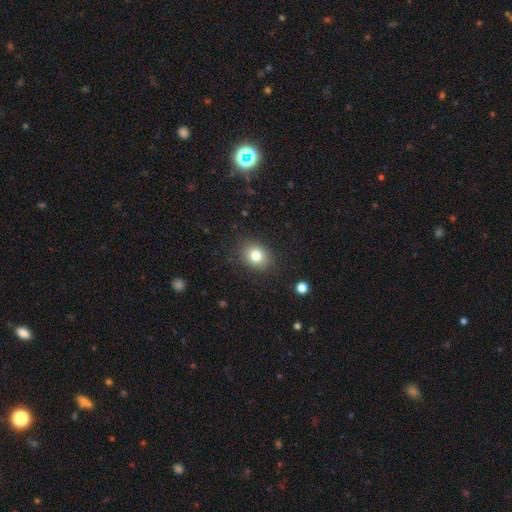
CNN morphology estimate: A smooth galaxy with no disk features (80%) that is round (61%).

Vote fractions:
- Smooth or featured? smooth: 80% / star or artifact: 11% / featured or disk: 9%
- How rounded? round: 61% / in between: 38% / cigar-shaped: 1%
- Merging? none: 87% / minor disturbance: 9% / major disturbance: 3% / merger: 1%